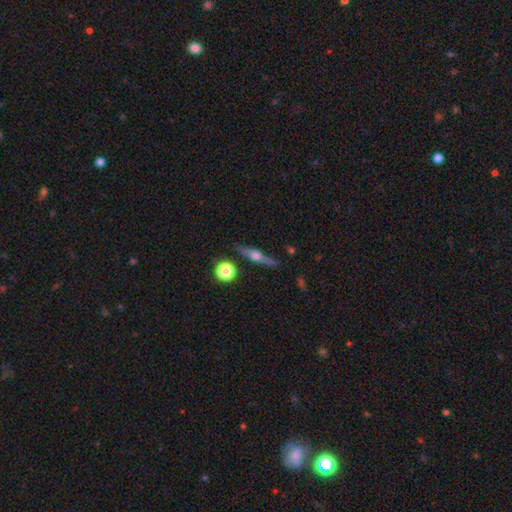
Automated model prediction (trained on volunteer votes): Morphology: type=featured or disk (73%); edge-on=yes (97%); edge-on bulge=rounded (94%); merging=none (88%).